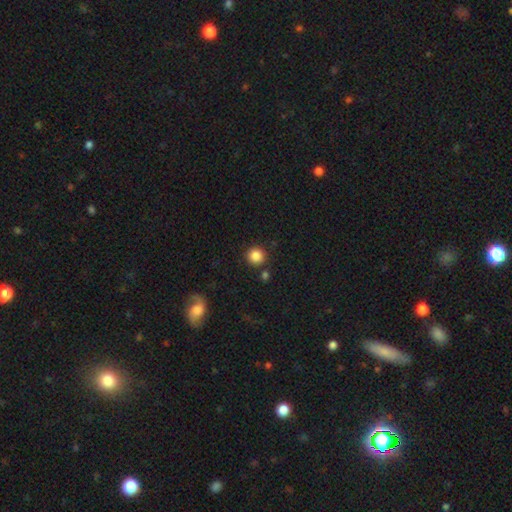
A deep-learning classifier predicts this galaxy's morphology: smooth_or_featured: smooth (p=0.86) [alt: star or artifact p=0.10]
how_rounded: round (p=0.93) [alt: in between p=0.06]
merging: none (p=0.87) [alt: minor disturbance p=0.06]